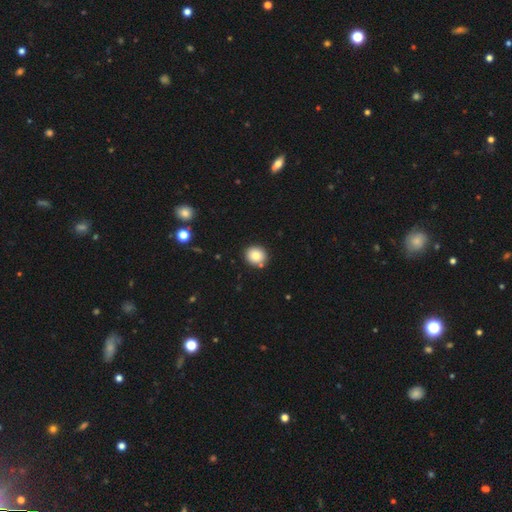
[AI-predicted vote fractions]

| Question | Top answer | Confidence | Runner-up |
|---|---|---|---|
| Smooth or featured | smooth | 81% | star or artifact (10%) |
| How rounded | round | 87% | in between (12%) |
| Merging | none | 84% | minor disturbance (8%) |